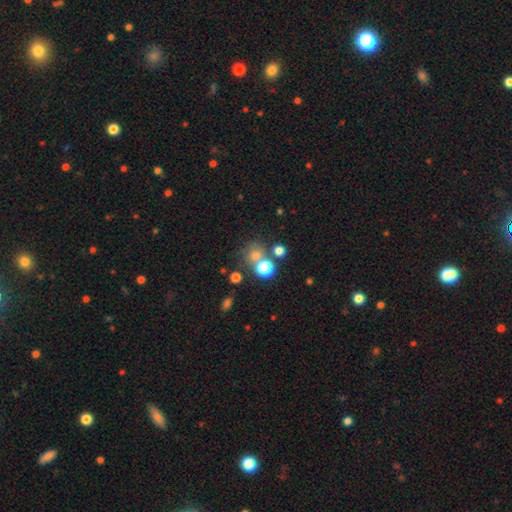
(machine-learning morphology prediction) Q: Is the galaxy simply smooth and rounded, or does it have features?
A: smooth — 66%.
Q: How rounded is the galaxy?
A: round — 83%.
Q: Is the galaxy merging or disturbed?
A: none — 57%.